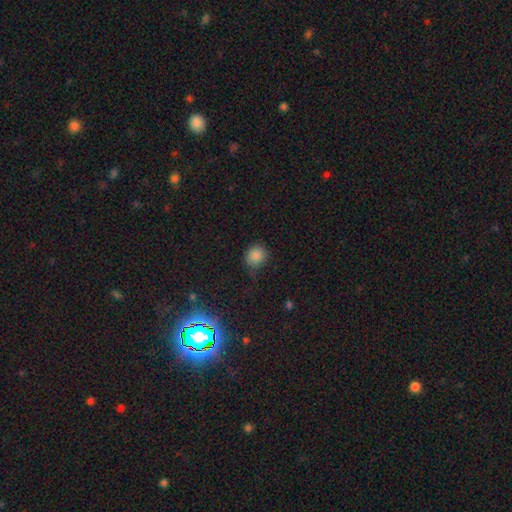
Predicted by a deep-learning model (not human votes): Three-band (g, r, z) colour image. It shows a smooth galaxy with no disk features (83%) that is round (83%). Merging: none (71%).